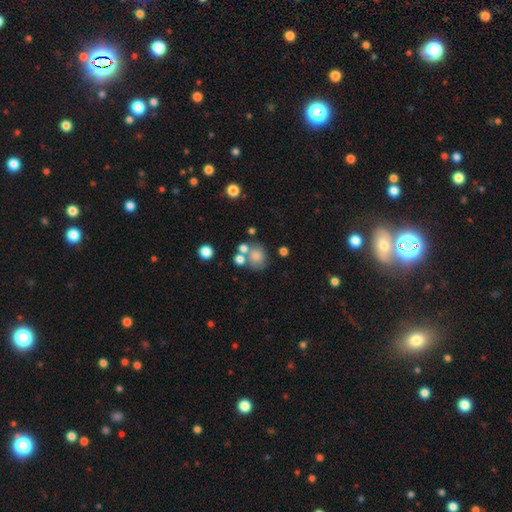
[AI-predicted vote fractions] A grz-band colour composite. It shows a smooth galaxy with no disk features (73%) that is round (74%). Merging: none (50%).